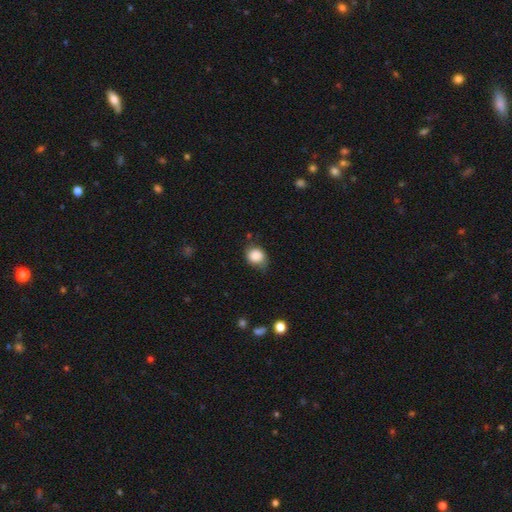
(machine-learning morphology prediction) Smooth or featured?
  - smooth: 85% *
  - star or artifact: 8%
  - featured or disk: 7%
How rounded?
  - round: 65% *
  - in between: 34%
  - cigar-shaped: 1%
Merging?
  - none: 60% *
  - minor disturbance: 30%
  - major disturbance: 8%
  - merger: 2%